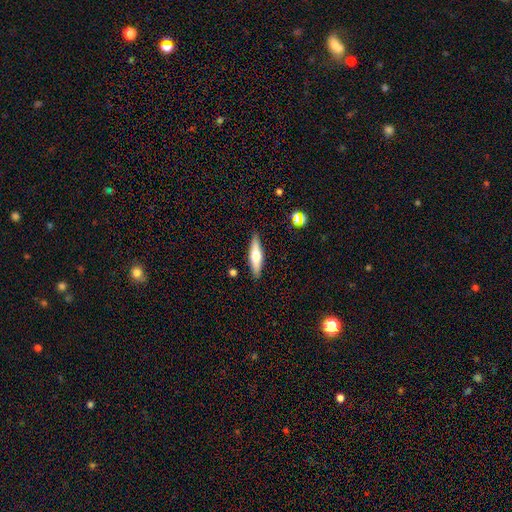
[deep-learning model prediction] smooth 55%, featured or disk 39%, star or artifact 6%. Down the decision tree: how rounded — cigar-shaped (66%); merging — none (88%).